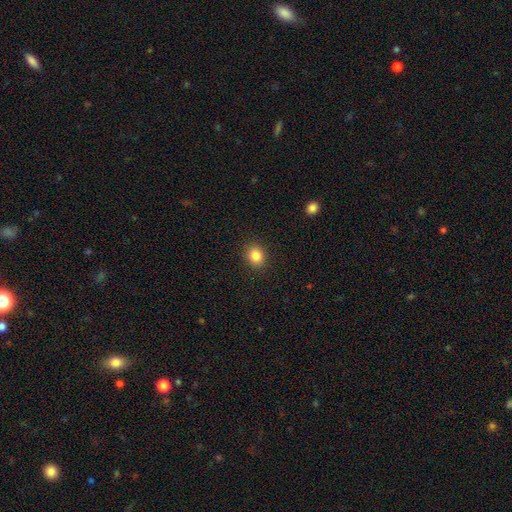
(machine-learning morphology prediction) Q: Smooth or featured?
A: smooth (85%); runner-up: star or artifact (10%)
Q: How rounded?
A: round (61%); runner-up: in between (38%)
Q: Merging?
A: none (90%); runner-up: minor disturbance (7%)